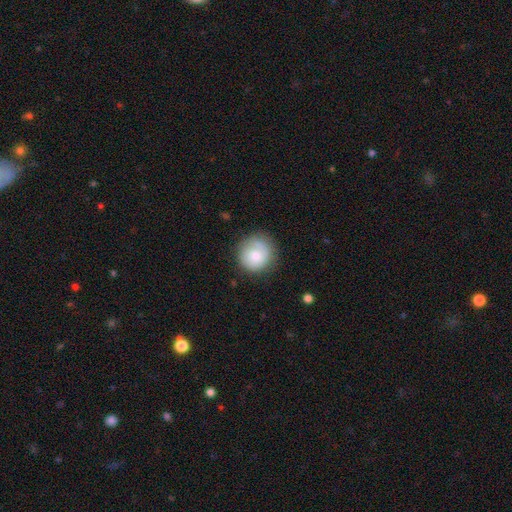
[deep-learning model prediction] Smooth or featured? smooth (69%)
How rounded? round (90%)
Merging? none (73%)